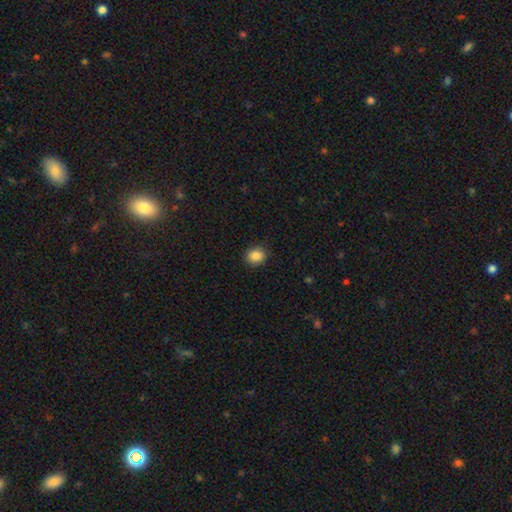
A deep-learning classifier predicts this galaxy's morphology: Smooth or featured? smooth (87%)
How rounded? round (67%)
Merging? none (89%)